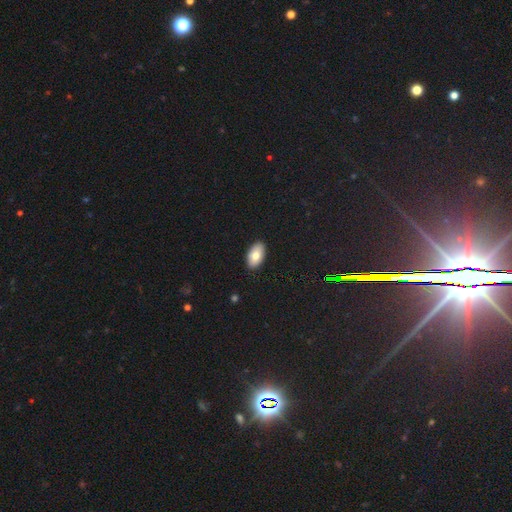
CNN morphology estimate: This is likely a smooth galaxy (76%). How rounded: clearly in between (94%). Merging: clearly none (90%).